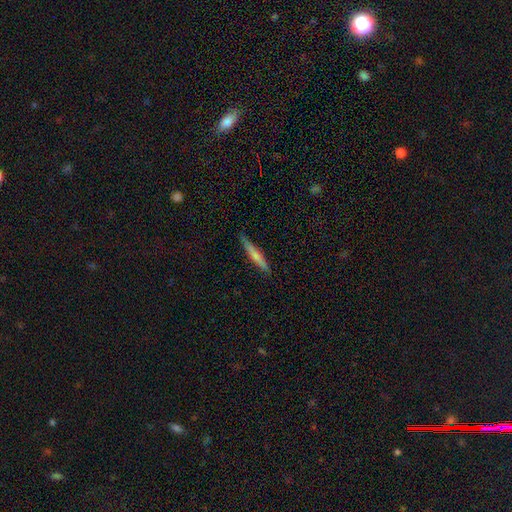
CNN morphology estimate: A smooth galaxy with no disk features (65%) that is cigar-shaped (95%).

Vote fractions:
- Smooth or featured? smooth: 65% / featured or disk: 30% / star or artifact: 6%
- How rounded? cigar-shaped: 95% / in between: 4% / round: 1%
- Merging? none: 87% / minor disturbance: 10% / major disturbance: 2% / merger: 1%